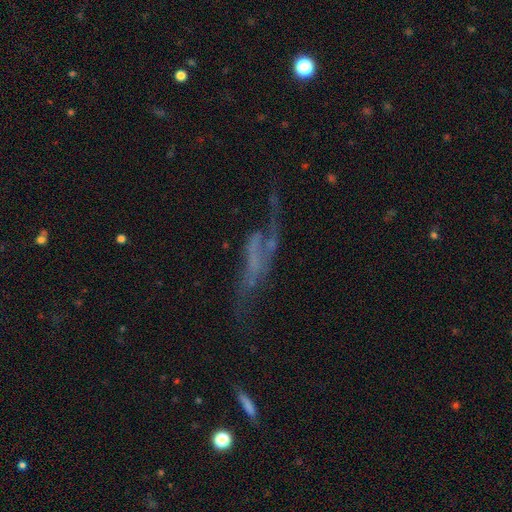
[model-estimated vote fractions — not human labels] A featured or disk galaxy (64%). Merging: major disturbance (37%).